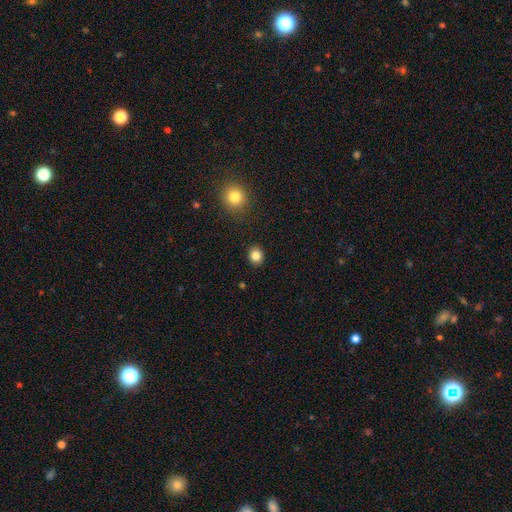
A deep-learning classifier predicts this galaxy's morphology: This appears to be a smooth galaxy with no disk features (83%) that is round (72%). Merging: none (91%).